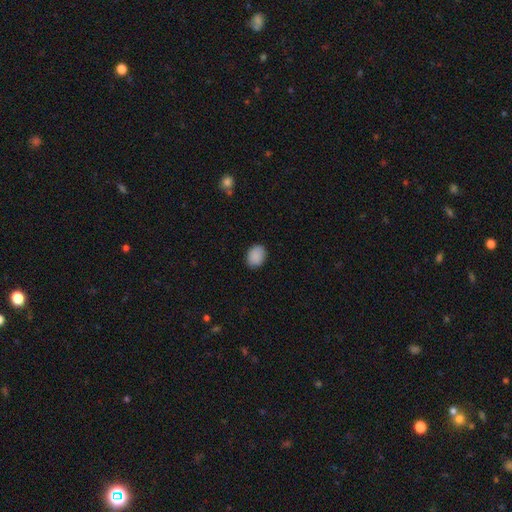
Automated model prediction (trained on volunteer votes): Morphology: type=smooth (90%); roundness=in between (59%); merging=none (86%).